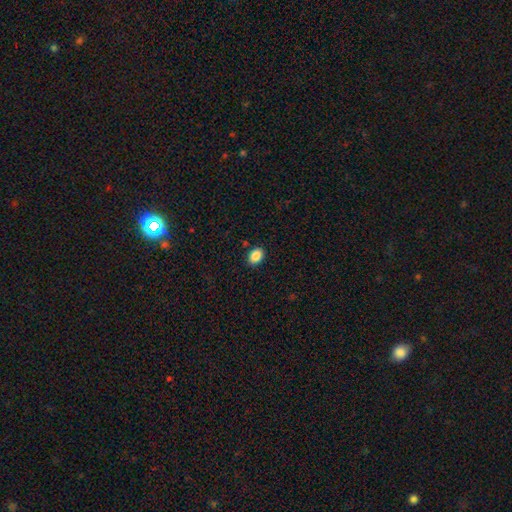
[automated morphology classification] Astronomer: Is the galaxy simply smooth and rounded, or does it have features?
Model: smooth — 88%.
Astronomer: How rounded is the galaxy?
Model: in between — 75%.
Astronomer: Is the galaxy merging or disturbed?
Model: none — 88%.